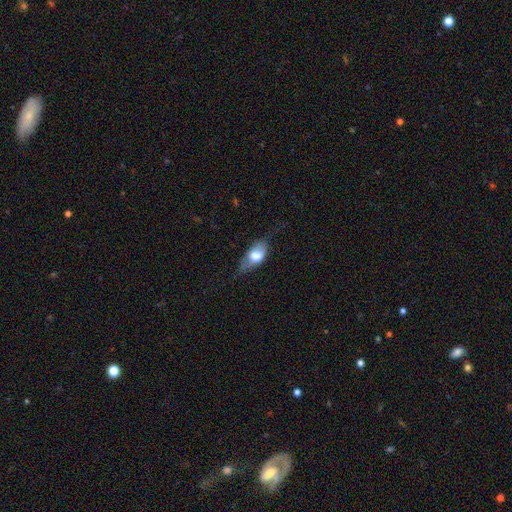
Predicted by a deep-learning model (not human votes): This appears to be a smooth galaxy with no disk features (62%) that is in between round and cigar-shaped (83%). Merging: none (47%).